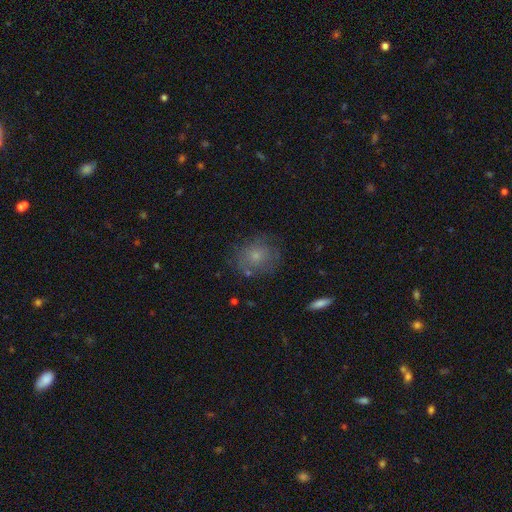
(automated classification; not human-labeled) The model was most divided on "smooth or featured": smooth: 67%, featured or disk: 21%, star or artifact: 12%. More confident: how rounded — round (73%); merging — none (72%).